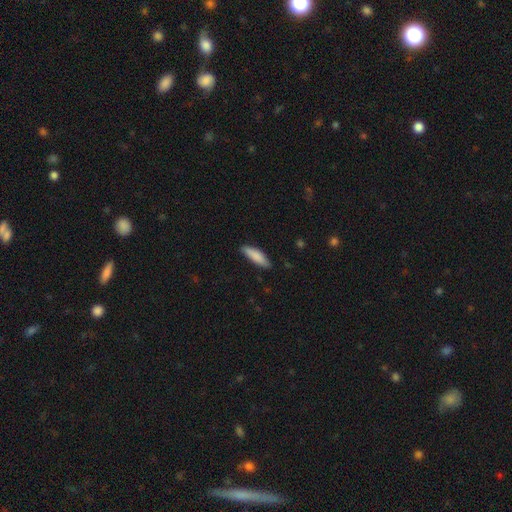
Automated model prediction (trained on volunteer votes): This appears to be a smooth galaxy with no disk features (85%) that is cigar-shaped (61%). Merging: none (84%).